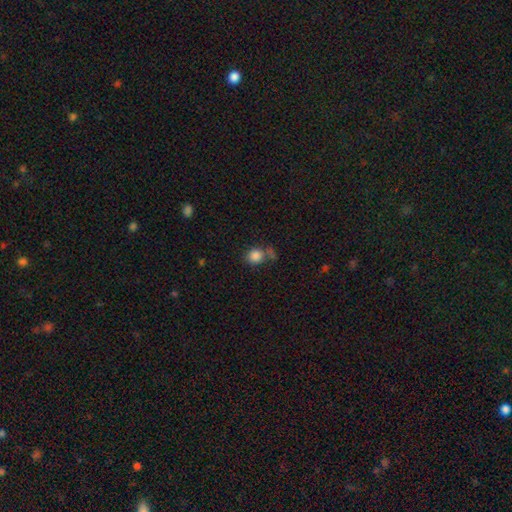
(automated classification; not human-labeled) Morphology: type=smooth (85%); roundness=round (78%); merging=none (59%).